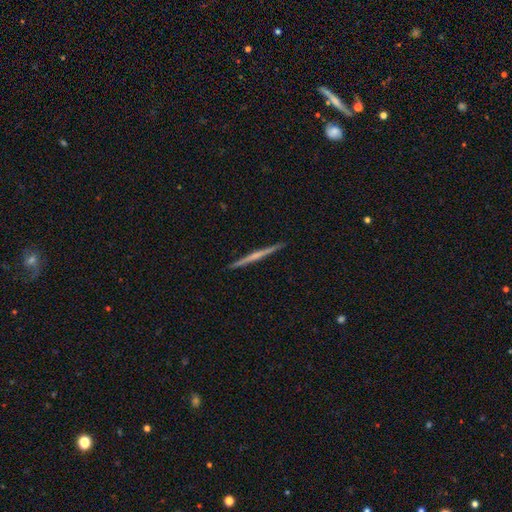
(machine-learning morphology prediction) featured or disk 67%, smooth 27%, star or artifact 6%. Down the decision tree: edge-on disk — yes (98%); edge-on bulge — none (51%); merging — none (92%).